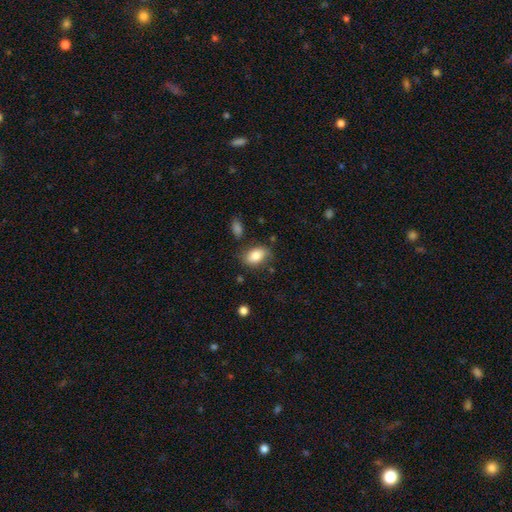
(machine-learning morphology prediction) Smooth or featured? Predicted: smooth (p=0.83). How rounded? Predicted: in between (p=0.86). Merging? Predicted: none (p=0.74).